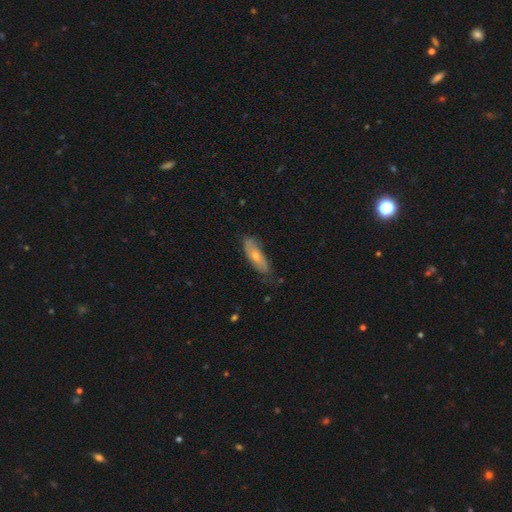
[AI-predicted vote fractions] Smooth or featured? Predicted: featured or disk (p=0.49). Merging? Predicted: none (p=0.69).